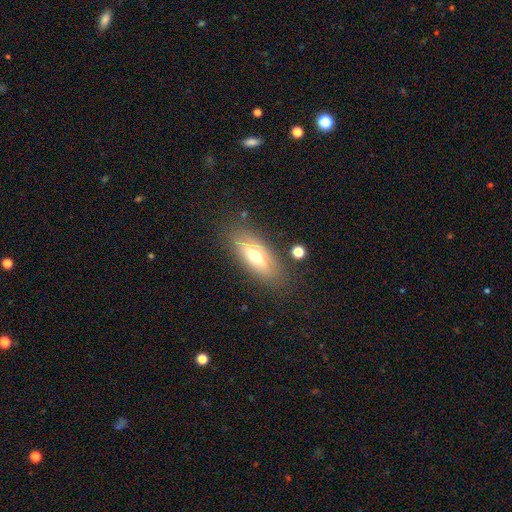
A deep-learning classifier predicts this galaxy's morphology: Smooth or featured? featured or disk (47%)
Merging? none (79%)